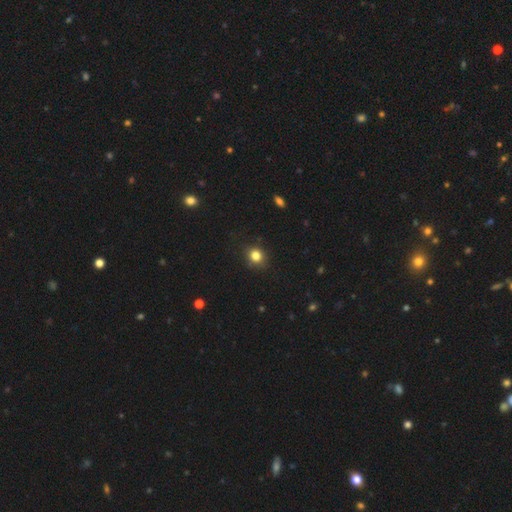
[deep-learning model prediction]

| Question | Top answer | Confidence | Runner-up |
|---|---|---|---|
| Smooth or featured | smooth | 82% | star or artifact (12%) |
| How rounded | round | 76% | in between (23%) |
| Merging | none | 85% | minor disturbance (11%) |